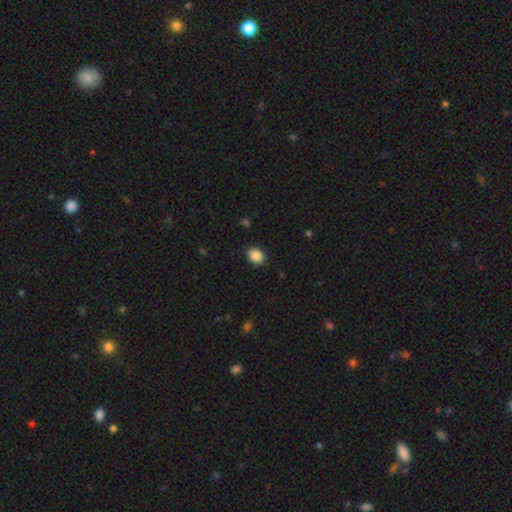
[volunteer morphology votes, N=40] Volunteers were most divided on "how rounded": in between: 56%, round: 44%, cigar-shaped: 0%. More confident: smooth or featured — smooth (90%); merging — none (89%).